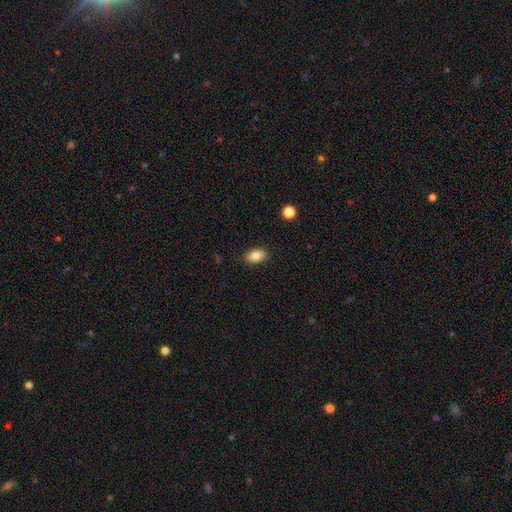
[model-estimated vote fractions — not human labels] Smooth or featured? Predicted: smooth (p=0.84). How rounded? Predicted: in between (p=0.88). Merging? Predicted: none (p=0.86).